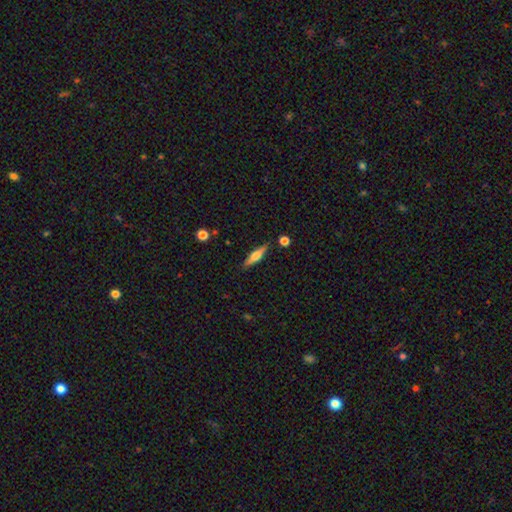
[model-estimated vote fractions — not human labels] A featured or disk galaxy (49%). Merging: none (86%).